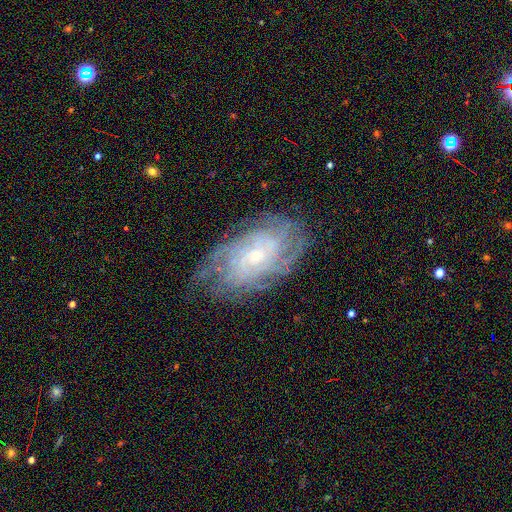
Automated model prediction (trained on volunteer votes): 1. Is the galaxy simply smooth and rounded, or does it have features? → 82% featured or disk, 10% smooth, 8% star or artifact.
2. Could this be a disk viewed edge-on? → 95% no, 5% yes.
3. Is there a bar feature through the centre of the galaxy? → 73% no, 22% weak, 5% strong.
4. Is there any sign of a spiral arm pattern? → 94% yes, 6% no.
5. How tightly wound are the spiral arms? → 71% tight, 22% medium, 7% loose.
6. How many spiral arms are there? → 44% can't tell, 18% more than 4, 15% 4, 9% 3, 8% 2, 6% 1.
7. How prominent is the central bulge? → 76% small, 20% moderate, 2% large, 1% none, 1% dominant.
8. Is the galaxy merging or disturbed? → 75% none, 17% minor disturbance, 7% major disturbance, 1% merger.